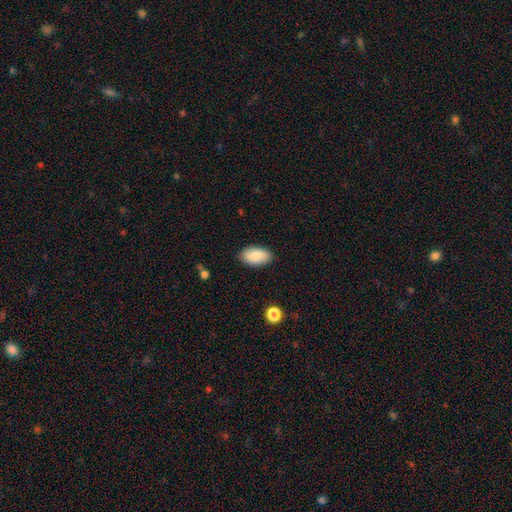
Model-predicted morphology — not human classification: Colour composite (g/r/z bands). It shows a smooth galaxy with no disk features (83%) that is in between round and cigar-shaped (95%). Merging: none (87%).